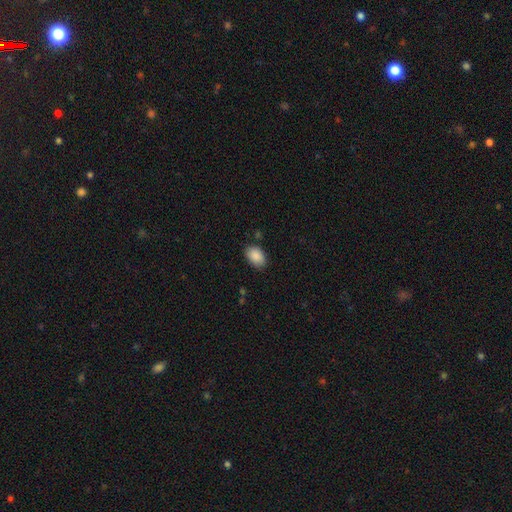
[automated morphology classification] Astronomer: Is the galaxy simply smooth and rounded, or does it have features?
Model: smooth — 90%.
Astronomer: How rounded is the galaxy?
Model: in between — 86%.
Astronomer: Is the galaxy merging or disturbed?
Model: none — 83%.